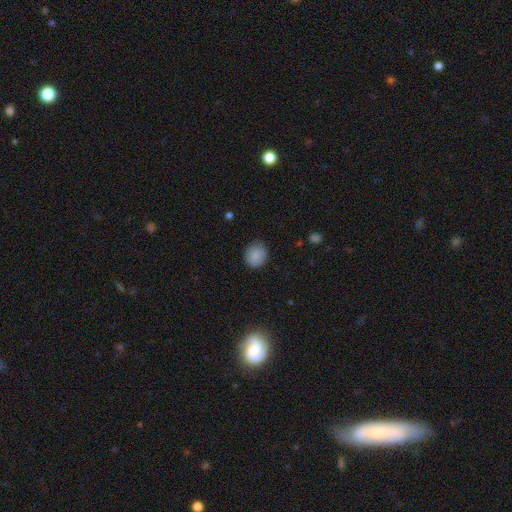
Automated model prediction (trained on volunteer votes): smooth_or_featured: smooth (p=0.87) [alt: star or artifact p=0.08]
how_rounded: round (p=0.79) [alt: in between p=0.21]
merging: none (p=0.82) [alt: minor disturbance p=0.14]